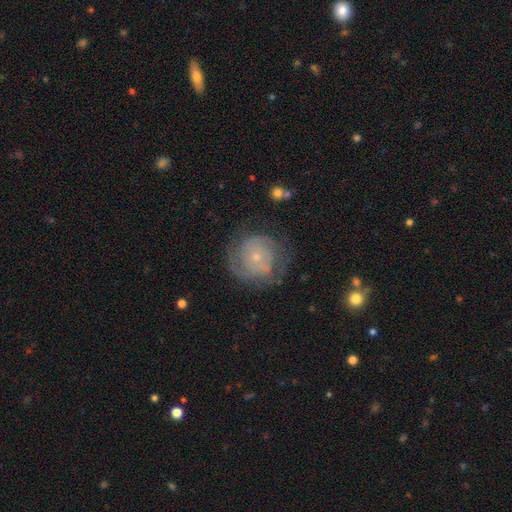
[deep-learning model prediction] smooth-or-featured: featured or disk: 69% | smooth: 23% | star or artifact: 8%
  disk-edge-on: no: 97% | yes: 3%
    bar: no: 80% | weak: 17% | strong: 3%
    has-spiral-arms: yes: 85% | no: 15%
      spiral-winding: tight: 63% | medium: 27% | loose: 10%
      spiral-arm-count: 2: 37% (tied) | can't tell: 37% (tied) | 3: 12% | 1: 6% | 4: 5% | more than 4: 4%
    bulge-size: small: 80% | moderate: 14% | none: 3% | large: 2% | dominant: 1%
  merging: none: 67% | minor disturbance: 18% | major disturbance: 13% | merger: 2%